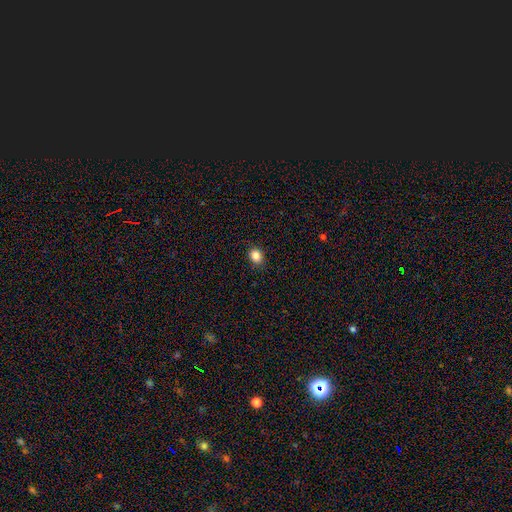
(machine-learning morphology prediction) This is clearly a smooth galaxy (85%). How rounded: possibly round (56%). Merging: clearly none (88%).